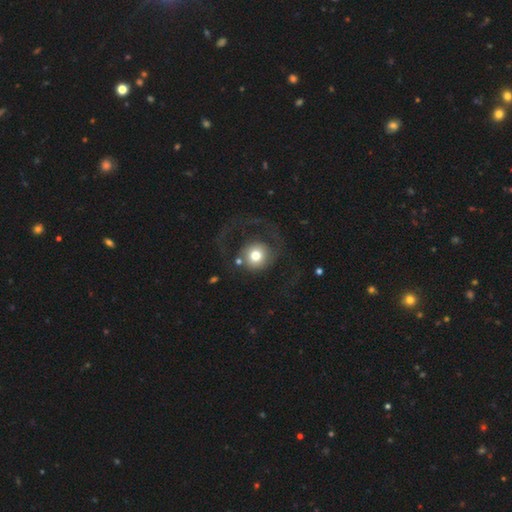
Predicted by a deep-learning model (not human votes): Smooth or featured?
  - smooth: 60% *
  - featured or disk: 31%
  - star or artifact: 9%
How rounded?
  - round: 90% *
  - in between: 9%
  - cigar-shaped: 1%
Merging?
  - major disturbance: 44% *
  - none: 38%
  - minor disturbance: 13%
  - merger: 5%